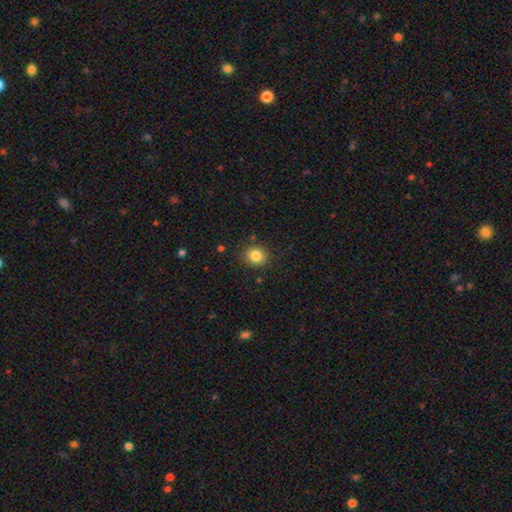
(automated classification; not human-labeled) Morphology: type=smooth (83%); roundness=round (83%); merging=none (87%).